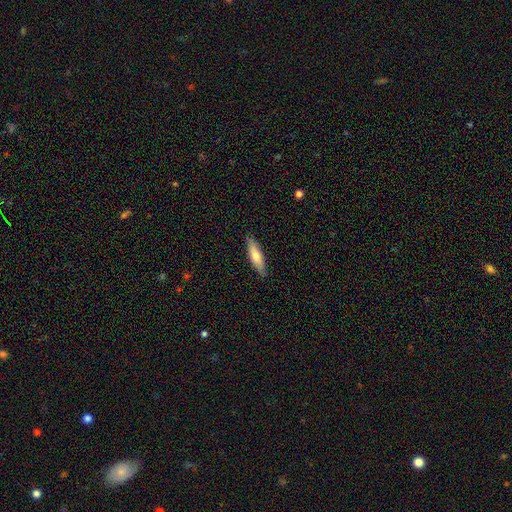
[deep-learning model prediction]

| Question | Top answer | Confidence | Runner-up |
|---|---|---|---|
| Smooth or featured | smooth | 64% | featured or disk (30%) |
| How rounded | cigar-shaped | 65% | in between (34%) |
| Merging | none | 87% | minor disturbance (10%) |